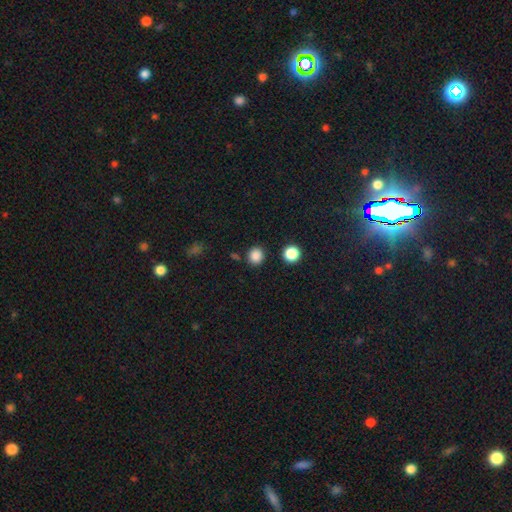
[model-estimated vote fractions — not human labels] This is clearly a smooth galaxy (86%). How rounded: clearly round (86%). Merging: clearly none (87%).